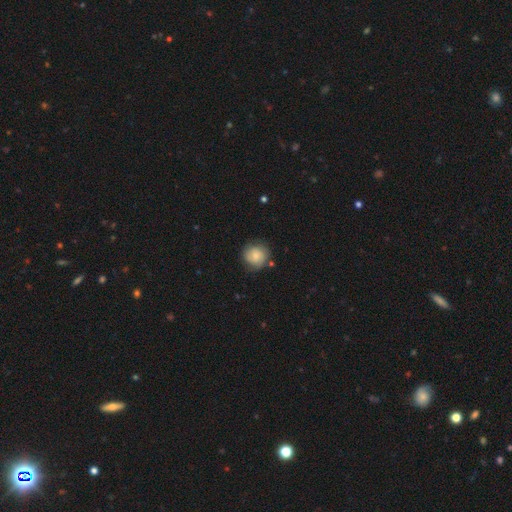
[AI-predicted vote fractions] Morphology: type=smooth (61%); roundness=round (88%); merging=none (74%).